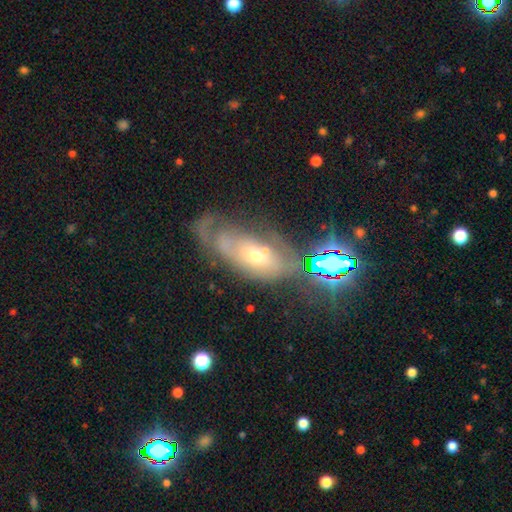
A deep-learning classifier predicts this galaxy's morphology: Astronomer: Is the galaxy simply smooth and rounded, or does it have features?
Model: featured or disk — 49% (runner-up: smooth, 35%).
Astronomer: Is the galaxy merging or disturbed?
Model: none — 31% (runner-up: major disturbance, 30%).